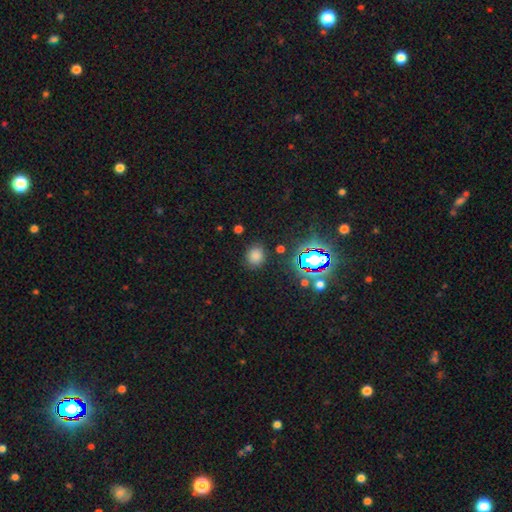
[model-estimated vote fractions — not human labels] Smooth or featured: smooth — 73% (star or artifact — 21%)
How rounded: round — 74% (in between — 25%)
Merging: none — 84% (minor disturbance — 10%)